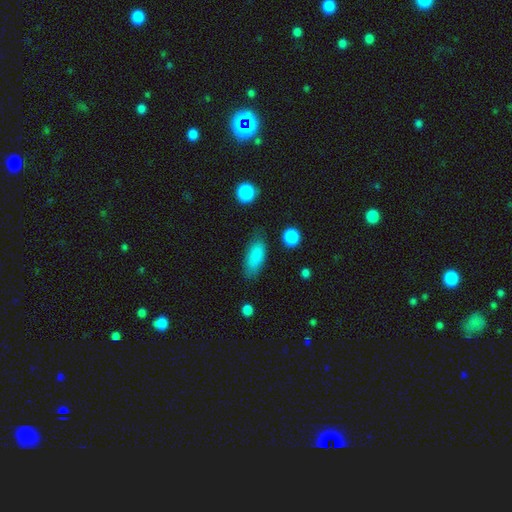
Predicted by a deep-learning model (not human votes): smooth-or-featured: smooth: 86% | star or artifact: 7% | featured or disk: 7%
  how-rounded: in between: 81% | cigar-shaped: 16% | round: 3%
  merging: none: 73% | minor disturbance: 19% | major disturbance: 6% | merger: 3%